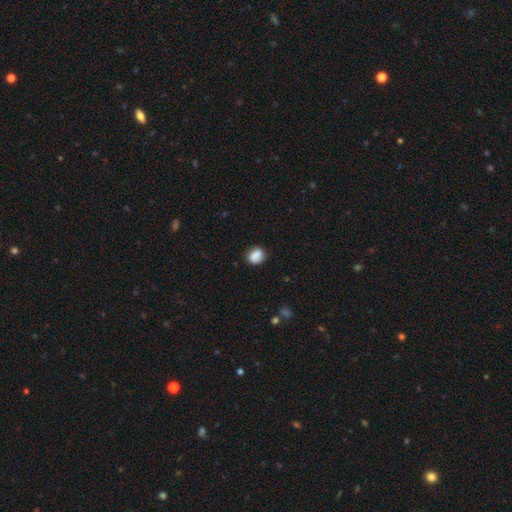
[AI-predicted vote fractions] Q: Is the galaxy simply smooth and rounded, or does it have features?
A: smooth — 85%.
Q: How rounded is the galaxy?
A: round — 52%.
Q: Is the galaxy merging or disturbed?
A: none — 75%.